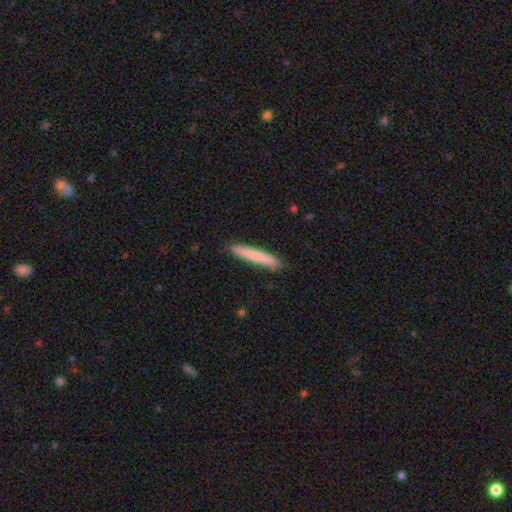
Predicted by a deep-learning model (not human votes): Smooth or featured: smooth — 75% (featured or disk — 19%)
How rounded: cigar-shaped — 96% (in between — 3%)
Merging: none — 90% (minor disturbance — 7%)